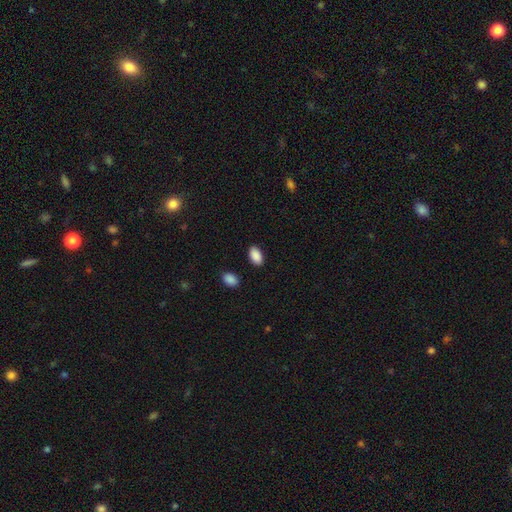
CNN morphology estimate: This appears to be a smooth galaxy with no disk features (90%) that is in between round and cigar-shaped (93%). Merging: none (88%).